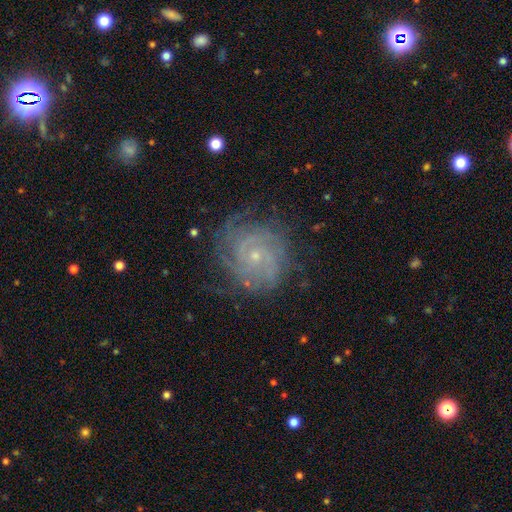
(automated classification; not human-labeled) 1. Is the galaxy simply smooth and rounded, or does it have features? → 84% featured or disk, 8% star or artifact, 8% smooth.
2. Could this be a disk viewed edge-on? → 98% no, 2% yes.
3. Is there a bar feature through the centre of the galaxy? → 72% no, 23% weak, 5% strong.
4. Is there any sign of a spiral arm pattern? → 97% yes, 3% no.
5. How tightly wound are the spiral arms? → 72% tight, 23% medium, 5% loose.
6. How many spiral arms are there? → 30% can't tell, 19% 2, 18% 3, 17% 4, 9% more than 4, 7% 1.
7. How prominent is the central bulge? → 80% small, 16% moderate, 2% none, 1% large, 1% dominant.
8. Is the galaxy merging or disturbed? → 76% none, 16% minor disturbance, 7% major disturbance, 1% merger.